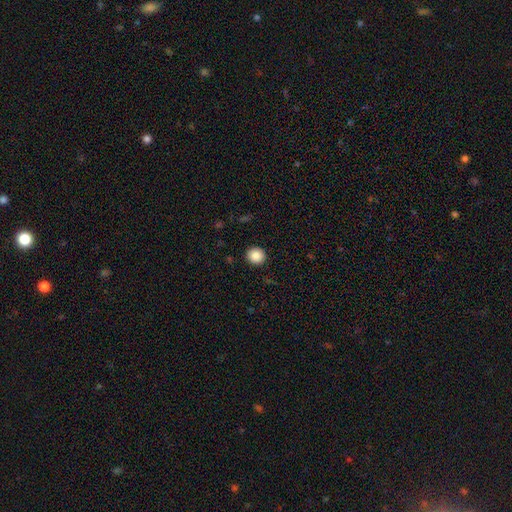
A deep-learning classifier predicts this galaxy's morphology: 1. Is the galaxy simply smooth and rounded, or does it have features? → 87% smooth, 9% star or artifact, 4% featured or disk.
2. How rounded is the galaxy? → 90% round, 10% in between, 1% cigar-shaped.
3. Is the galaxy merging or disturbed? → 92% none, 5% minor disturbance, 2% major disturbance, 1% merger.